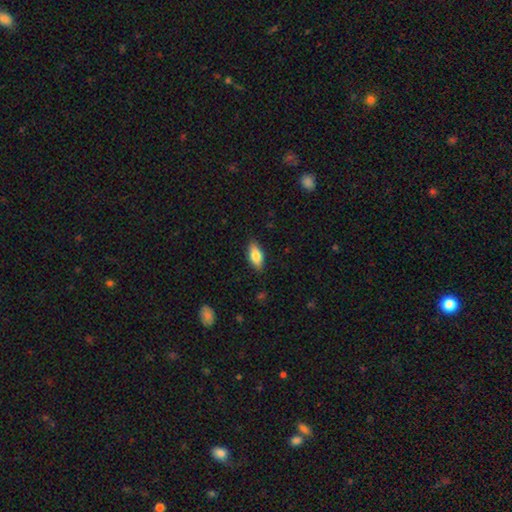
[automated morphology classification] Smooth or featured? smooth (76%)
How rounded? in between (85%)
Merging? none (86%)